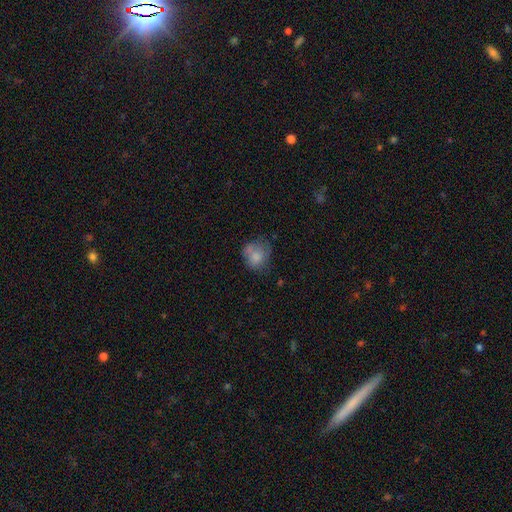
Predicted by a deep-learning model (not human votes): Q: Smooth or featured?
A: smooth (72%); runner-up: featured or disk (18%)
Q: How rounded?
A: round (67%); runner-up: in between (32%)
Q: Merging?
A: none (46%); runner-up: minor disturbance (27%)